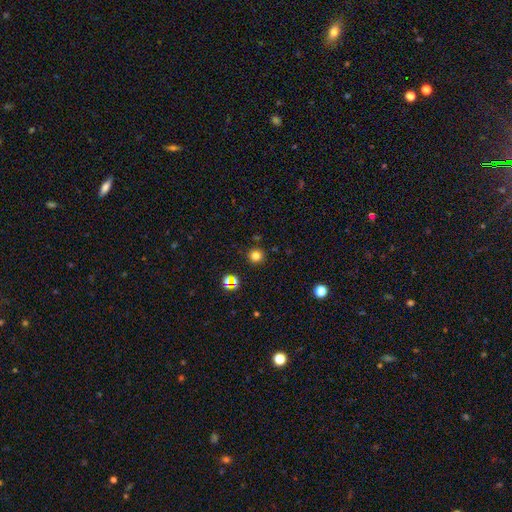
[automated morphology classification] A smooth galaxy with no disk features (78%) that is round (94%).

Vote fractions:
- Smooth or featured? smooth: 78% / star or artifact: 17% / featured or disk: 5%
- How rounded? round: 94% / in between: 5% / cigar-shaped: 1%
- Merging? none: 89% / minor disturbance: 6% / merger: 3% / major disturbance: 2%